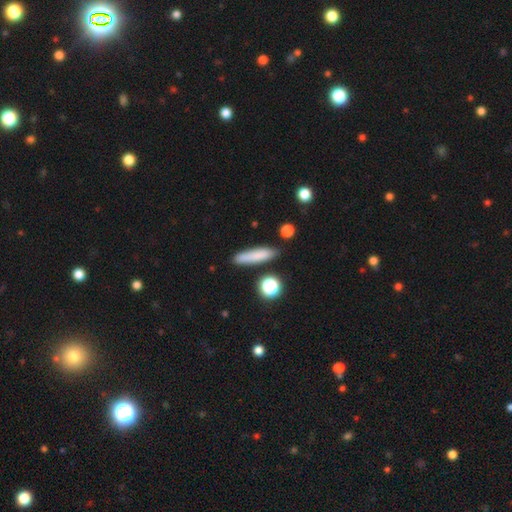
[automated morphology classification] A smooth galaxy with no disk features (79%) that is cigar-shaped (82%).

Vote fractions:
- Smooth or featured? smooth: 79% / featured or disk: 12% / star or artifact: 9%
- How rounded? cigar-shaped: 82% / in between: 15% / round: 3%
- Merging? none: 84% / minor disturbance: 10% / merger: 3% / major disturbance: 2%